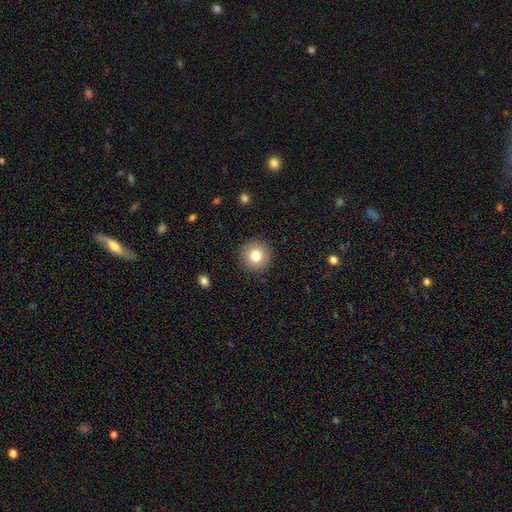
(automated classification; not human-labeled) Morphology: type=smooth (79%); roundness=round (95%); merging=none (91%).